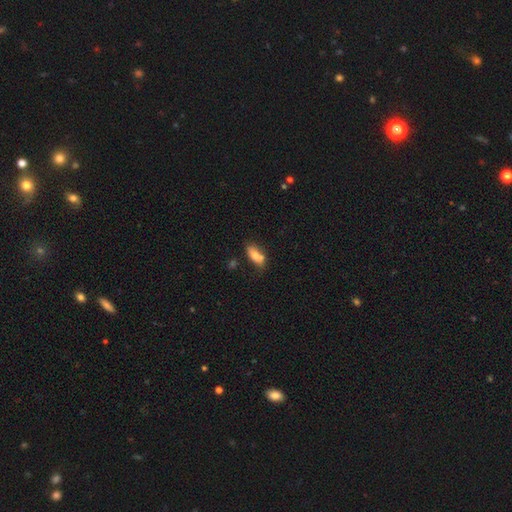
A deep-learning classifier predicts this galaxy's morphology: Smooth or featured? smooth (73%)
How rounded? in between (79%)
Merging? none (54%)